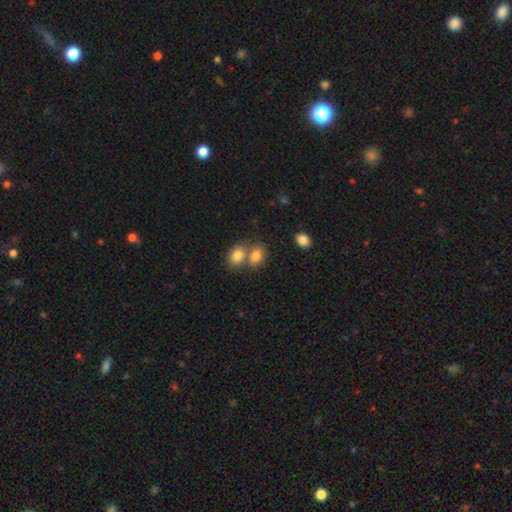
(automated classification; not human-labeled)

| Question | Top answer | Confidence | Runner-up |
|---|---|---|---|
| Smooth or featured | smooth | 82% | star or artifact (9%) |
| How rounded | in between | 67% | round (31%) |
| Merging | merger | 52% | none (36%) |